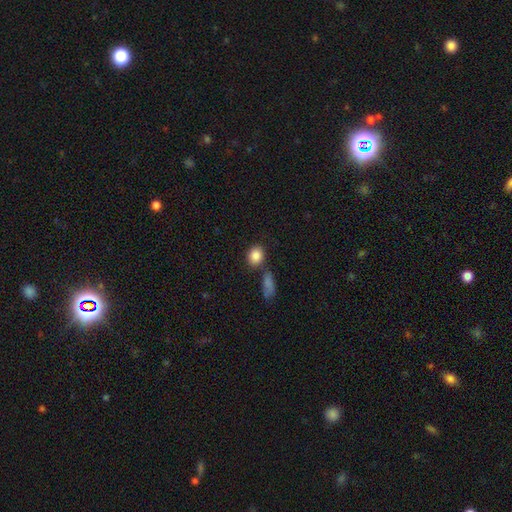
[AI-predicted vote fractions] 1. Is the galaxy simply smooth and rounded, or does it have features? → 86% smooth, 8% star or artifact, 5% featured or disk.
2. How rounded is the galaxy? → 58% round, 40% in between, 2% cigar-shaped.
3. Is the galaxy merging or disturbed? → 66% none, 17% merger, 12% minor disturbance, 4% major disturbance.